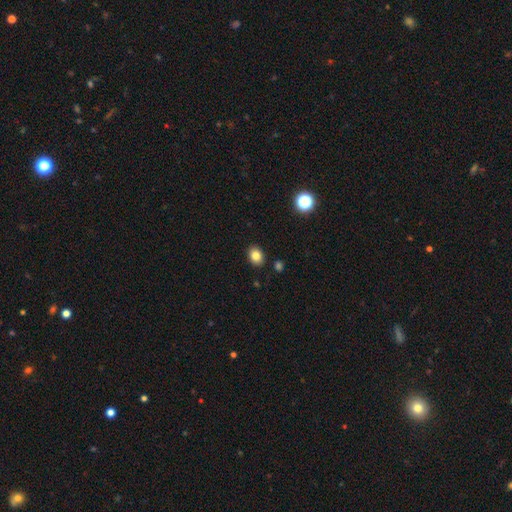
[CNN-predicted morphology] A smooth galaxy with no disk features (83%) that is in between round and cigar-shaped (58%). Merging: none (88%).